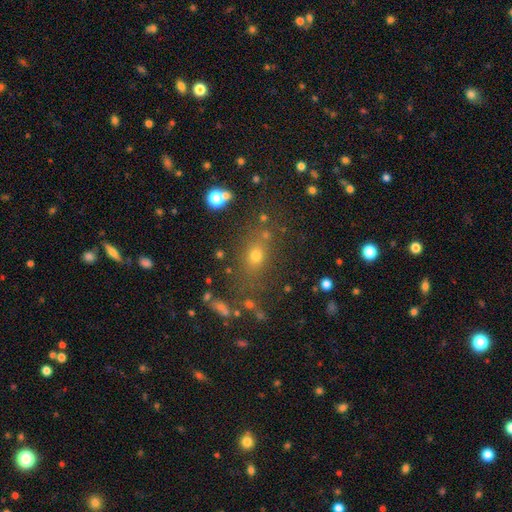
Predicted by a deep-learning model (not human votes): smooth_or_featured: smooth (p=0.65) [alt: star or artifact p=0.23]
how_rounded: in between (p=0.49) [alt: round p=0.46]
merging: none (p=0.72) [alt: minor disturbance p=0.13]